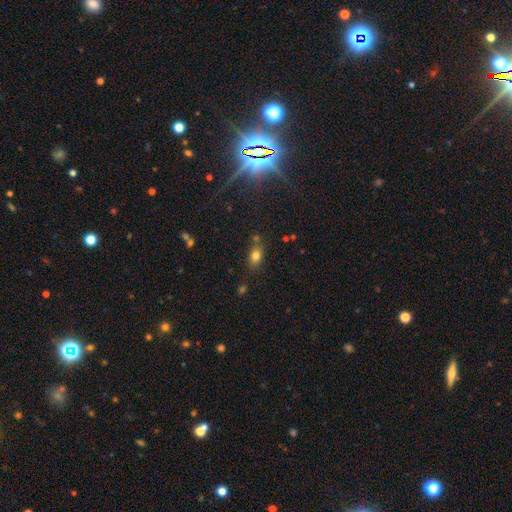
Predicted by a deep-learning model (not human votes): Q: Smooth or featured?
A: smooth (78%); runner-up: star or artifact (13%)
Q: How rounded?
A: in between (76%); runner-up: round (20%)
Q: Merging?
A: none (71%); runner-up: minor disturbance (16%)